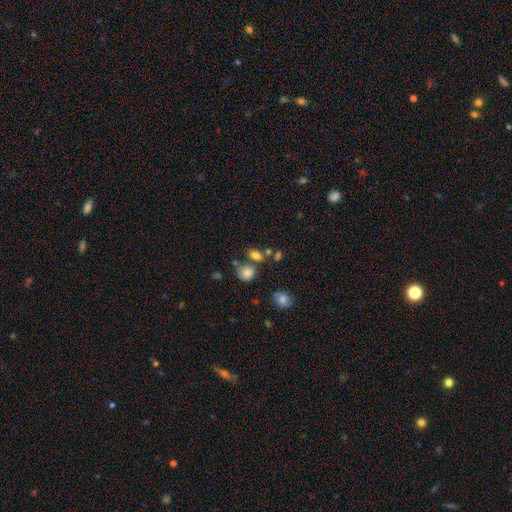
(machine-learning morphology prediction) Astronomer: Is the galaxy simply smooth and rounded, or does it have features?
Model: smooth — 78%.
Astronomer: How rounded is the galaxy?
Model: in between — 72%.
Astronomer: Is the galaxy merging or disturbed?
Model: none — 60%.